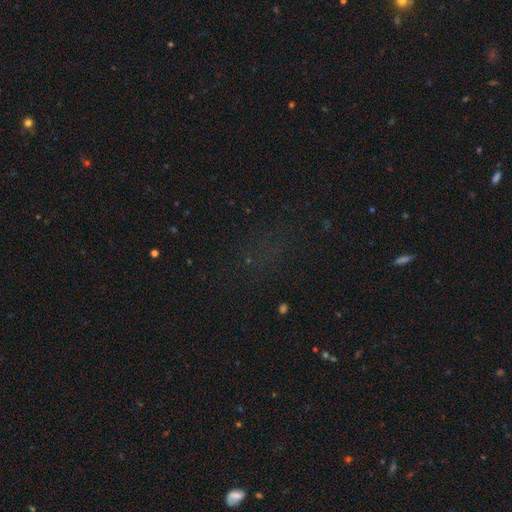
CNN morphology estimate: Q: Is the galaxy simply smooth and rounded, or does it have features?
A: star or artifact — 63%.